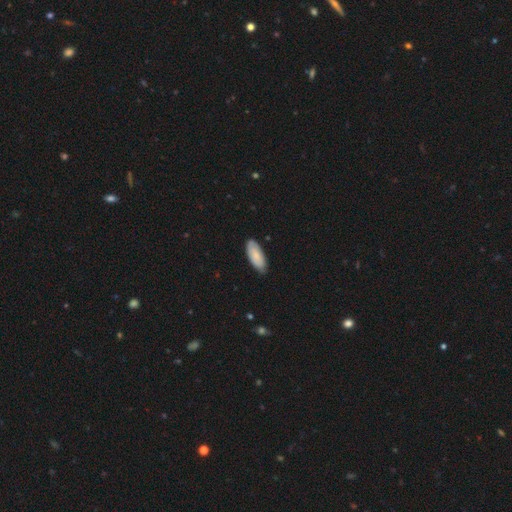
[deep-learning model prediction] Smooth or featured?
  - smooth: 80% *
  - featured or disk: 14%
  - star or artifact: 6%
How rounded?
  - in between: 83% *
  - cigar-shaped: 15%
  - round: 2%
Merging?
  - none: 77% *
  - minor disturbance: 20%
  - major disturbance: 3%
  - merger: 1%